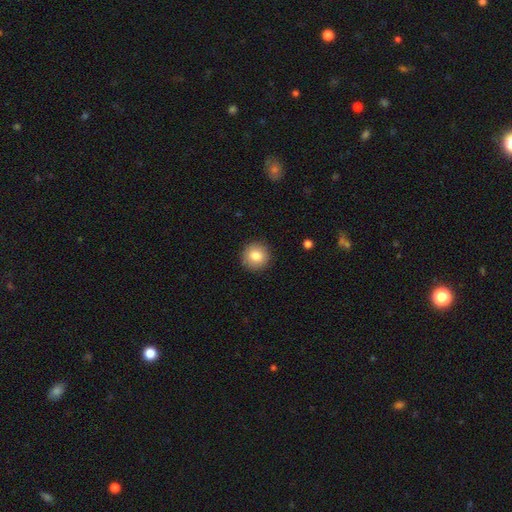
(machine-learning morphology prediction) smooth 83%, star or artifact 9%, featured or disk 8%. Down the decision tree: how rounded — round (94%); merging — none (92%).